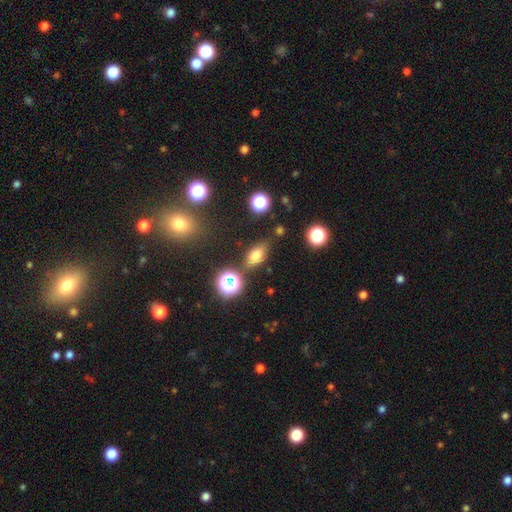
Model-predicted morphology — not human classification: A smooth galaxy with no disk features (70%) that is in between round and cigar-shaped (79%).

Vote fractions:
- Smooth or featured? smooth: 70% / star or artifact: 15% / featured or disk: 14%
- How rounded? in between: 79% / round: 13% / cigar-shaped: 8%
- Merging? none: 76% / minor disturbance: 15% / merger: 6% / major disturbance: 4%